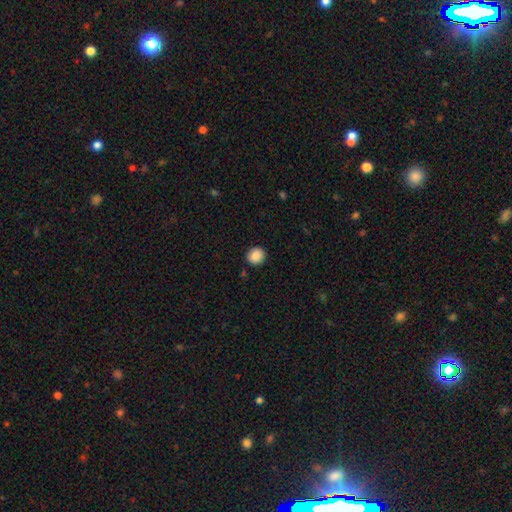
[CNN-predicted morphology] Smooth or featured?
  - smooth: 88% *
  - star or artifact: 8%
  - featured or disk: 3%
How rounded?
  - round: 87% *
  - in between: 12%
  - cigar-shaped: 1%
Merging?
  - none: 90% *
  - minor disturbance: 6%
  - major disturbance: 2%
  - merger: 1%